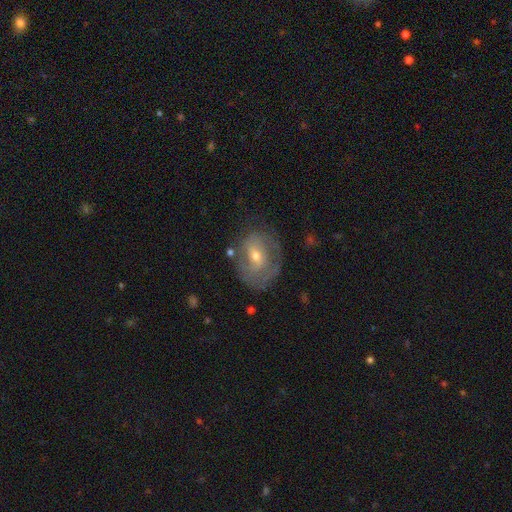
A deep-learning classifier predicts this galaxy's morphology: Smooth or featured?
  - featured or disk: 65% *
  - smooth: 27%
  - star or artifact: 9%
Edge-on disk?
  - no: 95% *
  - yes: 5%
Bar?
  - no: 50% *
  - weak: 38%
  - strong: 12%
Spiral arms?
  - yes: 65% *
  - no: 35%
Bulge size?
  - moderate: 49% *
  - small: 48%
  - large: 2%
  - none: 1%
  - dominant: 1%
Merging?
  - none: 61% *
  - minor disturbance: 23%
  - major disturbance: 13%
  - merger: 3%